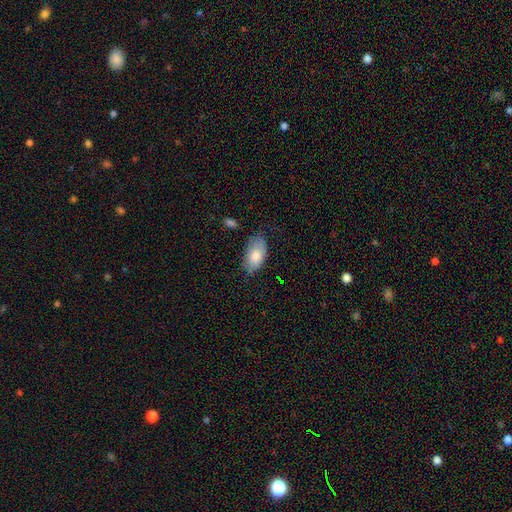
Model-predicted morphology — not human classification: smooth-or-featured: smooth: 79% | featured or disk: 15% | star or artifact: 6%
  how-rounded: in between: 94% | round: 4% | cigar-shaped: 2%
  merging: none: 67% | minor disturbance: 25% | major disturbance: 5% | merger: 2%